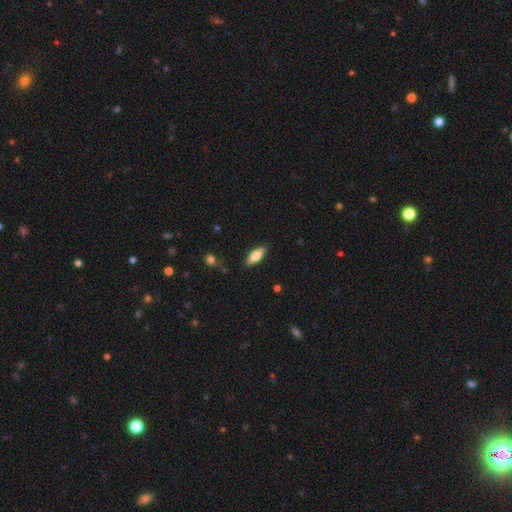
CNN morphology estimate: smooth 75%, featured or disk 19%, star or artifact 6%. Down the decision tree: how rounded — in between (74%); merging — none (85%).